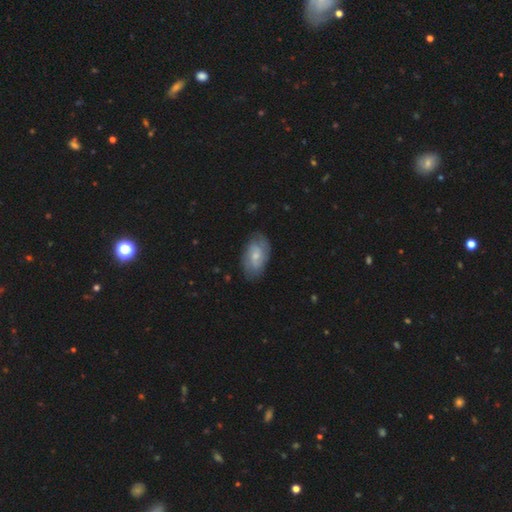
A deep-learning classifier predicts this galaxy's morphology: The model was most divided on "bar": no: 52%, weak: 41%, strong: 6%. More confident: edge-on disk — no (95%); spiral arms — yes (81%); merging — none (73%); bulge size — small (57%); smooth or featured — featured or disk (55%).